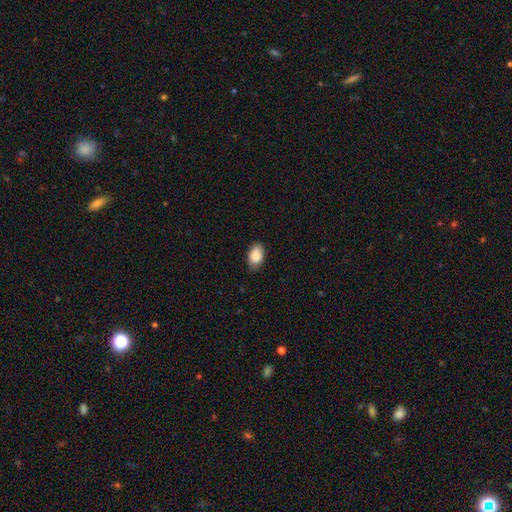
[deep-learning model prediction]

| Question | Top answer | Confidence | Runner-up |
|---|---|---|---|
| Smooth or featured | smooth | 88% | star or artifact (7%) |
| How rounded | in between | 91% | round (7%) |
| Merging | none | 79% | minor disturbance (17%) |